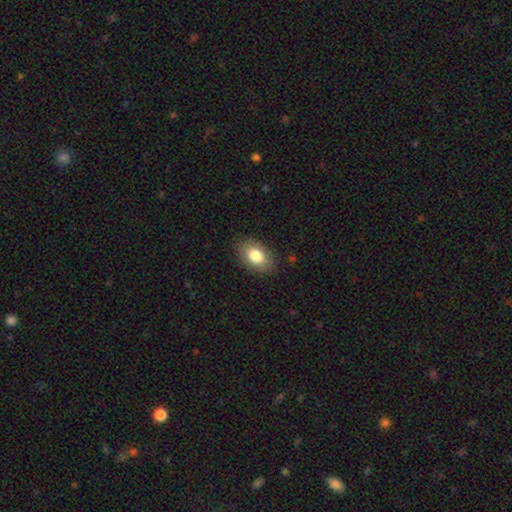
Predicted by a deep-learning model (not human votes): smooth_or_featured: smooth (p=0.80) [alt: featured or disk p=0.13]
how_rounded: in between (p=0.87) [alt: round p=0.12]
merging: none (p=0.83) [alt: minor disturbance p=0.12]